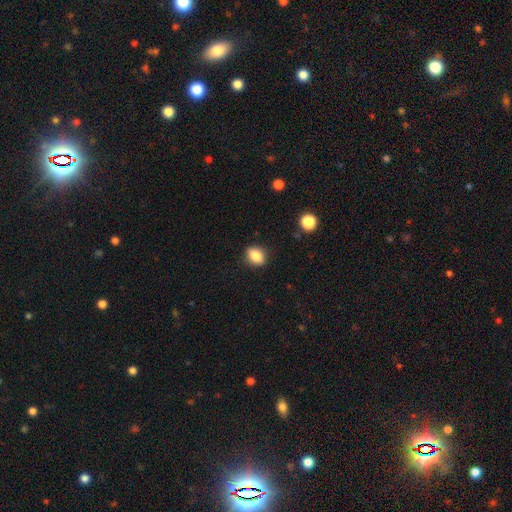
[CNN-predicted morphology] Smooth or featured? smooth (84%)
How rounded? in between (69%)
Merging? none (86%)